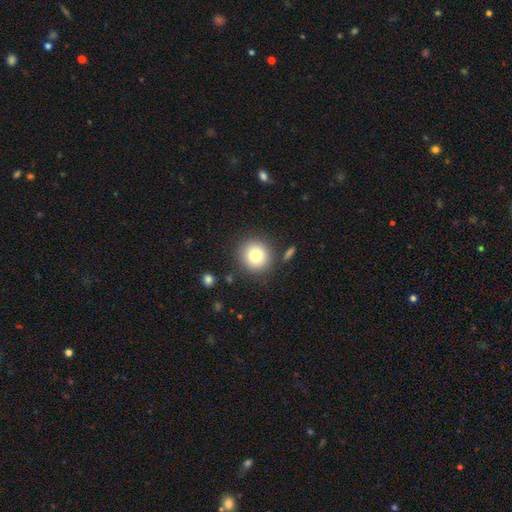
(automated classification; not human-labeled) A smooth galaxy with no disk features (80%) that is round (89%). Merging: none (84%).